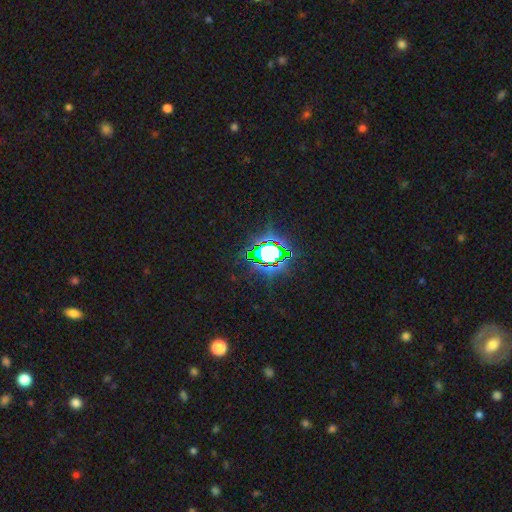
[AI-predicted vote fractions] Q: Smooth or featured?
A: star or artifact (83%); runner-up: smooth (11%)